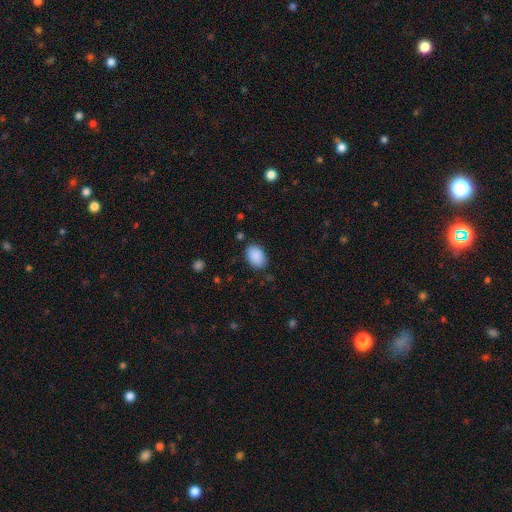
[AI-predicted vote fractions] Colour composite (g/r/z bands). It shows a smooth galaxy with no disk features (90%) that is in between round and cigar-shaped (83%). Merging: none (83%).